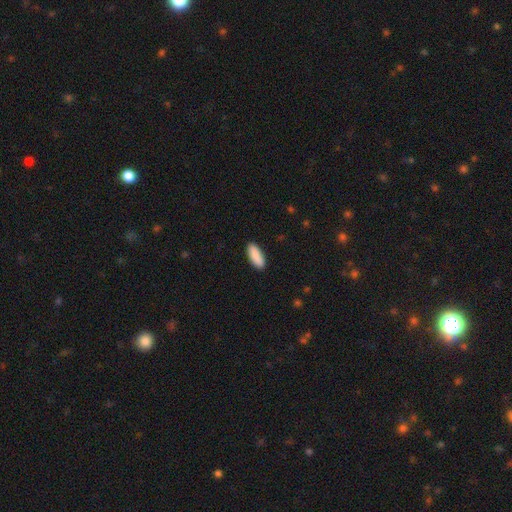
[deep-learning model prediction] Smooth or featured?
  - smooth: 91% *
  - star or artifact: 5%
  - featured or disk: 4%
How rounded?
  - in between: 77% *
  - cigar-shaped: 21%
  - round: 2%
Merging?
  - none: 91% *
  - minor disturbance: 7%
  - major disturbance: 2%
  - merger: 1%